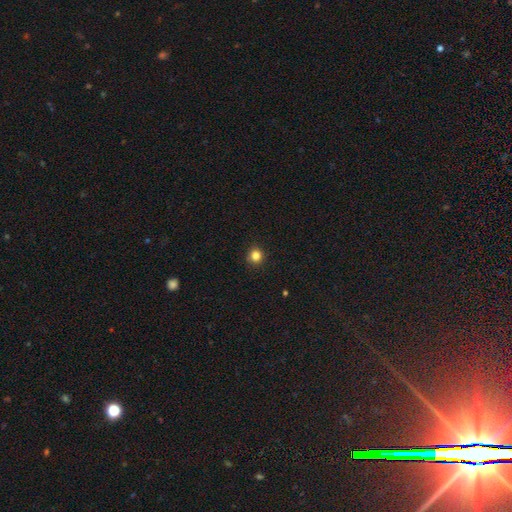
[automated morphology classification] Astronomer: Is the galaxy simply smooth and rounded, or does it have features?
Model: smooth — 83%.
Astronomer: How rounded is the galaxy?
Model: round — 92%.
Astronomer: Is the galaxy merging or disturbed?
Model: none — 91%.